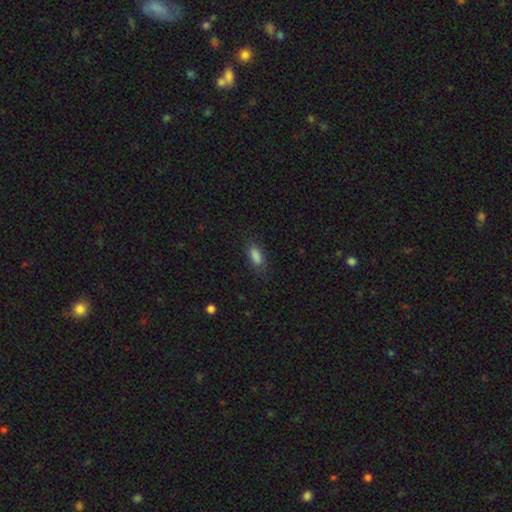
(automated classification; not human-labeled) Smooth or featured? Predicted: smooth (p=0.85). How rounded? Predicted: in between (p=0.83). Merging? Predicted: none (p=0.78).